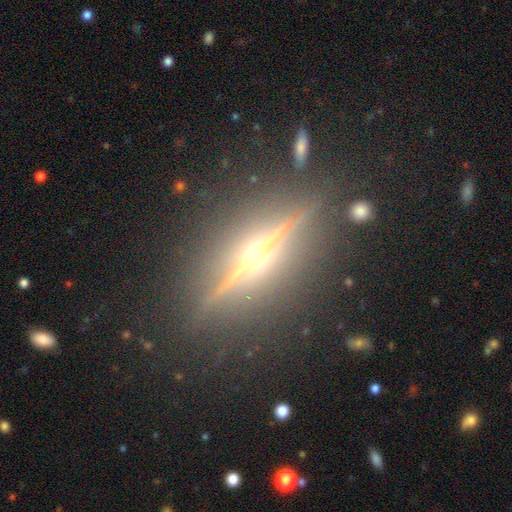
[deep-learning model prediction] This appears to be a featured or disk galaxy (84%) viewed edge-on (95%) with a rounded central bulge (96%). Merging: none (87%).